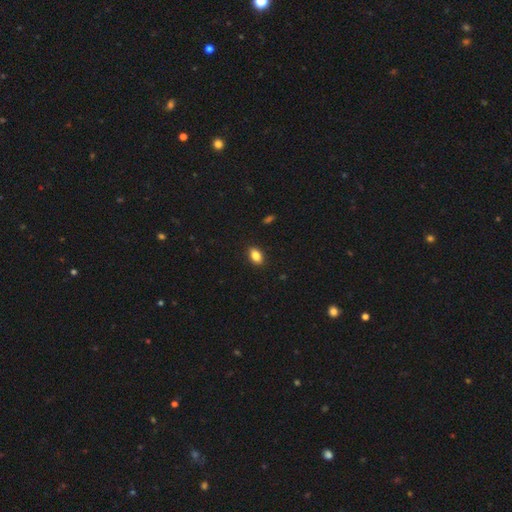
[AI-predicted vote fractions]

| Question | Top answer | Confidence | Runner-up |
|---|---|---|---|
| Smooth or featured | smooth | 84% | star or artifact (9%) |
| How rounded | in between | 86% | round (11%) |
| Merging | none | 89% | minor disturbance (8%) |